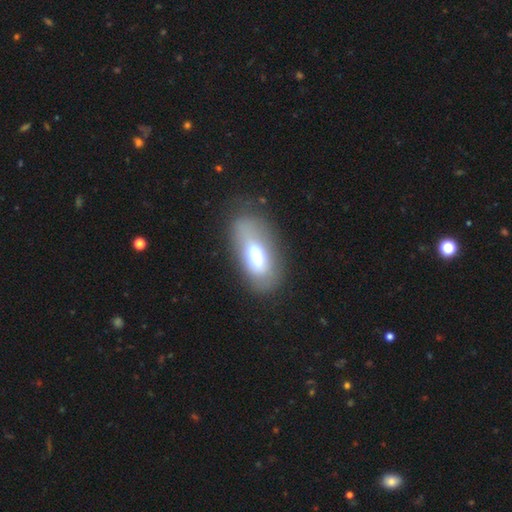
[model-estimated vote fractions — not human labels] smooth_or_featured: smooth (p=0.62) [alt: featured or disk p=0.28]
how_rounded: in between (p=0.87) [alt: cigar-shaped p=0.08]
merging: none (p=0.64) [alt: minor disturbance p=0.20]